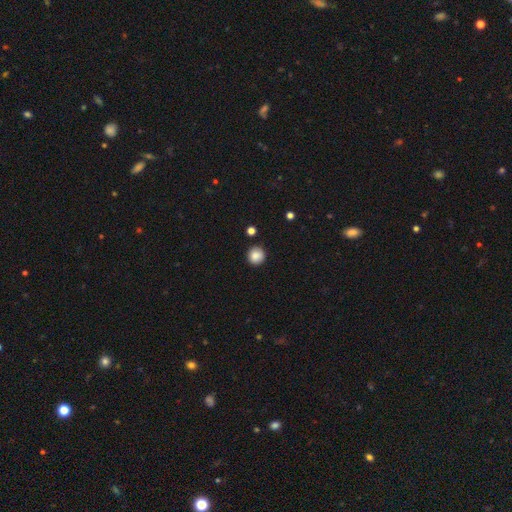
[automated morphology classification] Smooth or featured?
  - smooth: 86% *
  - star or artifact: 9%
  - featured or disk: 4%
How rounded?
  - round: 93% *
  - in between: 6%
  - cigar-shaped: 1%
Merging?
  - none: 89% *
  - minor disturbance: 7%
  - merger: 2%
  - major disturbance: 2%